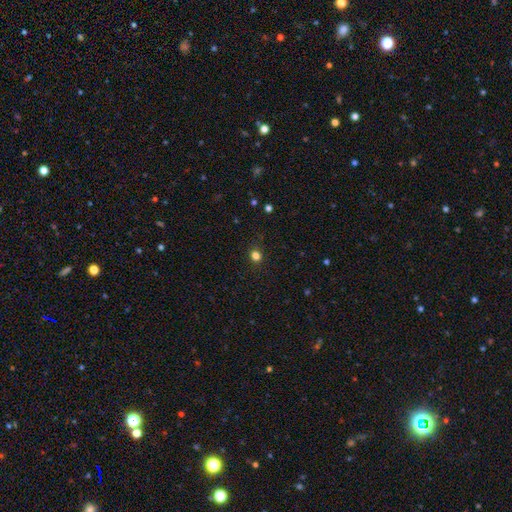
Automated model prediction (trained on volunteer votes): smooth_or_featured: smooth (p=0.79) [alt: star or artifact p=0.16]
how_rounded: round (p=0.83) [alt: in between p=0.16]
merging: none (p=0.88) [alt: minor disturbance p=0.09]